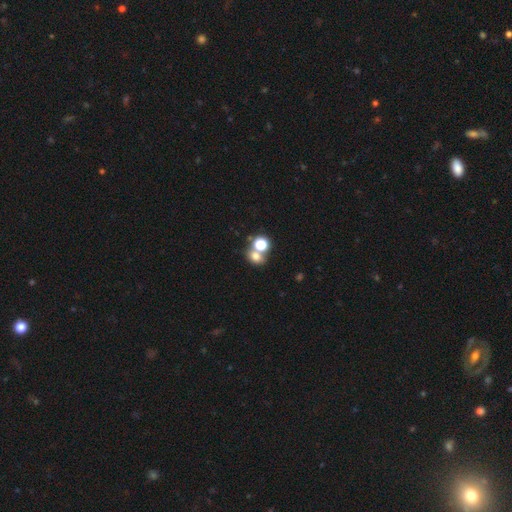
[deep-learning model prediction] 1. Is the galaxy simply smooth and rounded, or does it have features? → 69% smooth, 19% star or artifact, 12% featured or disk.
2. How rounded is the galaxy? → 59% round, 40% in between, 1% cigar-shaped.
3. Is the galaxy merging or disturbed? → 44% merger, 43% none, 8% minor disturbance, 5% major disturbance.